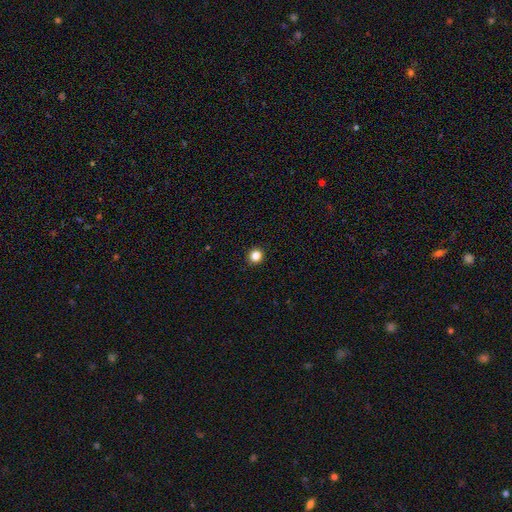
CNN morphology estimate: A smooth galaxy with no disk features (85%) that is round (92%).

Vote fractions:
- Smooth or featured? smooth: 85% / star or artifact: 12% / featured or disk: 3%
- How rounded? round: 92% / in between: 7% / cigar-shaped: 1%
- Merging? none: 93% / minor disturbance: 4% / major disturbance: 2% / merger: 1%